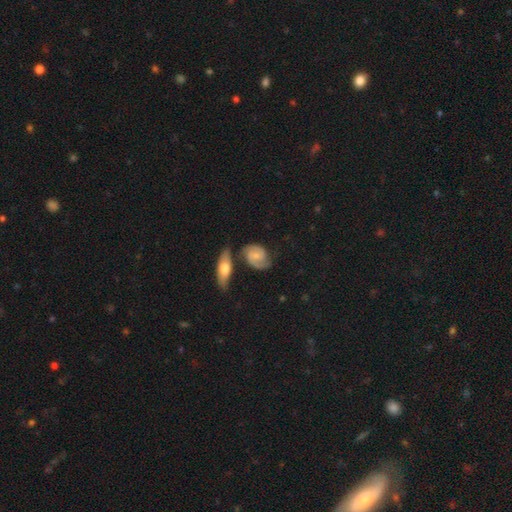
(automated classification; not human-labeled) This is likely a featured or disk galaxy (75%). It is clearly not viewed edge-on (96%). Bar: possibly no (57%). Spiral arm pattern: clearly yes (94%). Spiral arm count: clearly 2 (85%). Spiral winding: possibly medium (46%). Central bulge: possibly small (56%). Merging: likely none (61%).